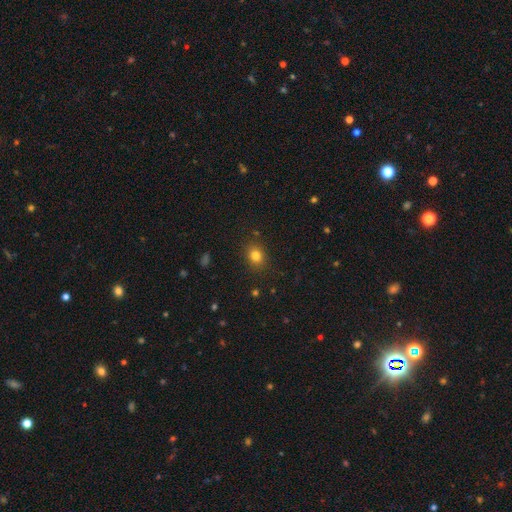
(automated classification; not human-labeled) Morphology: type=smooth (81%); roundness=round (56%); merging=none (87%).